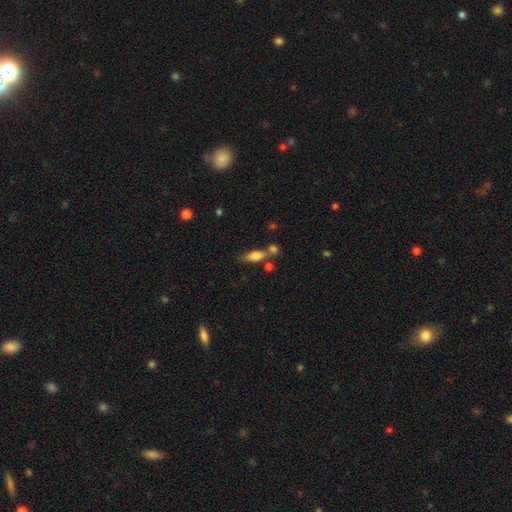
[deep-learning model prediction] A smooth galaxy with no disk features (68%) that is in between round and cigar-shaped (62%).

Vote fractions:
- Smooth or featured? smooth: 68% / featured or disk: 24% / star or artifact: 9%
- How rounded? in between: 62% / cigar-shaped: 34% / round: 4%
- Merging? none: 57% / merger: 22% / minor disturbance: 15% / major disturbance: 6%